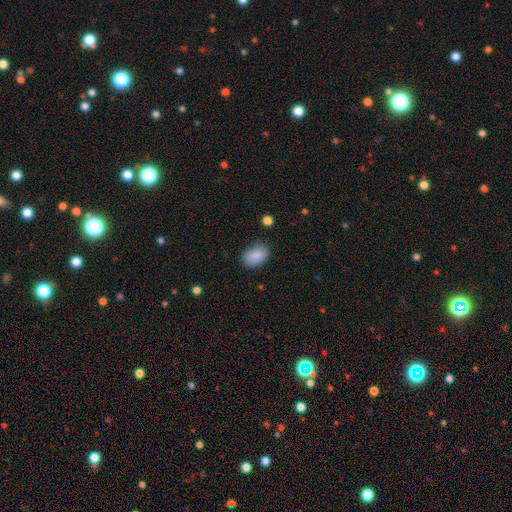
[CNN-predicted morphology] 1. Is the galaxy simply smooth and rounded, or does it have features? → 88% smooth, 7% star or artifact, 5% featured or disk.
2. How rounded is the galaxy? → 87% in between, 12% round, 1% cigar-shaped.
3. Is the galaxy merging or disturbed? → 80% none, 15% minor disturbance, 3% major disturbance, 1% merger.